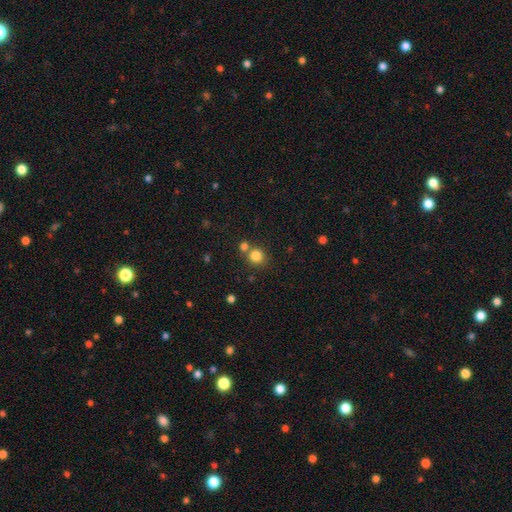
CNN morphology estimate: Smooth or featured? smooth (82%)
How rounded? round (88%)
Merging? none (64%)